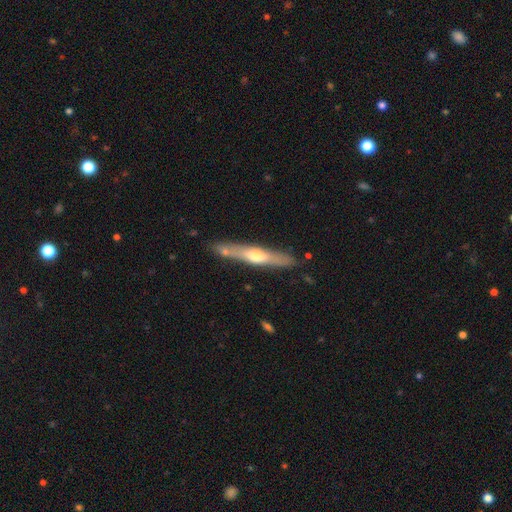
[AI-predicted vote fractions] Smooth or featured? Predicted: featured or disk (p=0.57). Edge-on disk? Predicted: yes (p=0.92). Edge-on bulge? Predicted: rounded (p=0.85). Merging? Predicted: none (p=0.82).